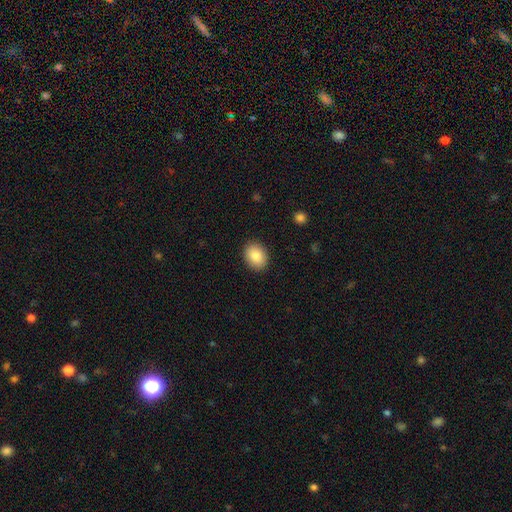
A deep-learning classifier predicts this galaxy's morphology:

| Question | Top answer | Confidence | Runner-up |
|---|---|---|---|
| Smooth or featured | smooth | 85% | star or artifact (8%) |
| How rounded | in between | 63% | round (36%) |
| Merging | none | 90% | minor disturbance (7%) |